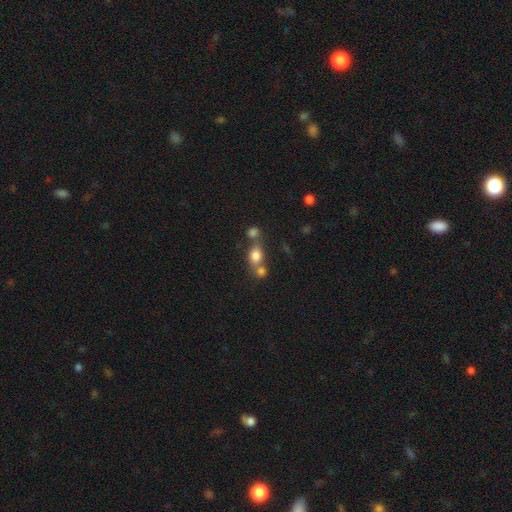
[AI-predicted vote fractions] Smooth or featured: smooth — 77% (star or artifact — 12%)
How rounded: round — 50% (in between — 48%)
Merging: merger — 44% (none — 42%)